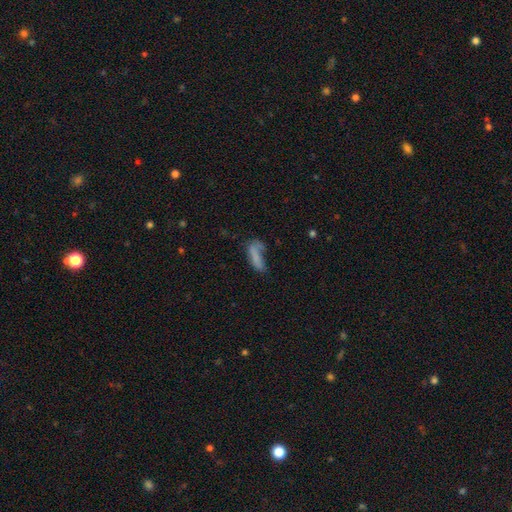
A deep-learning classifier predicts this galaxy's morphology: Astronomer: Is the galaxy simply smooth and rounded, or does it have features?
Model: smooth — 73%.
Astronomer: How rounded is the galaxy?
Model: in between — 49% (runner-up: cigar-shaped, 48%).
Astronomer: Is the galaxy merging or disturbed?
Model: none — 37% (runner-up: major disturbance, 26%).